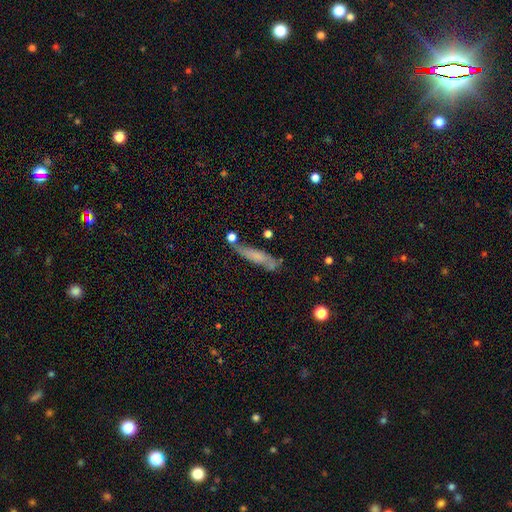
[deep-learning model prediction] A smooth galaxy with no disk features (59%) that is cigar-shaped (77%). Merging: none (54%).